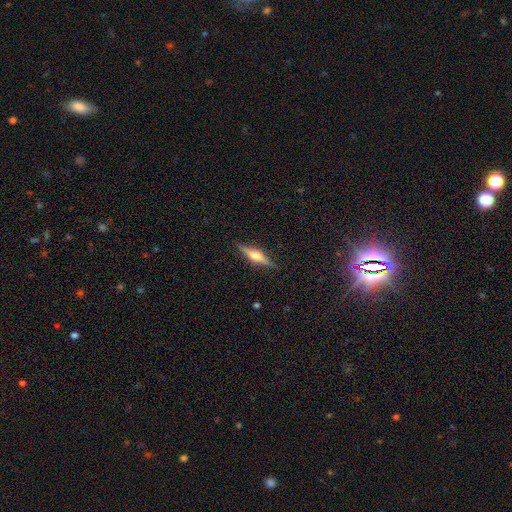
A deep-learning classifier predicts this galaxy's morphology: A featured or disk galaxy (69%) viewed edge-on (97%) with a rounded central bulge (93%). Merging: none (89%).